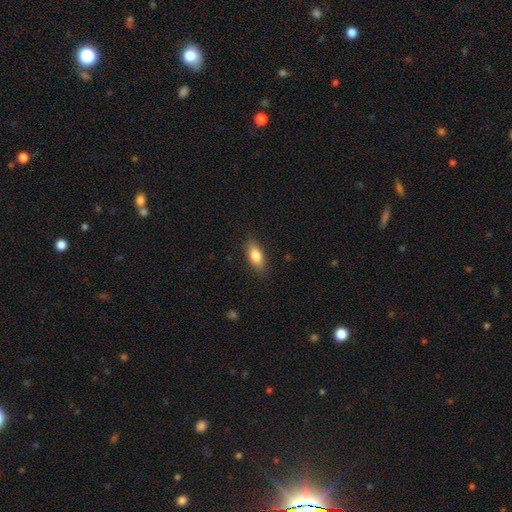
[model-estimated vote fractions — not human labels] Smooth or featured? Predicted: smooth (p=0.82). How rounded? Predicted: in between (p=0.83). Merging? Predicted: none (p=0.86).